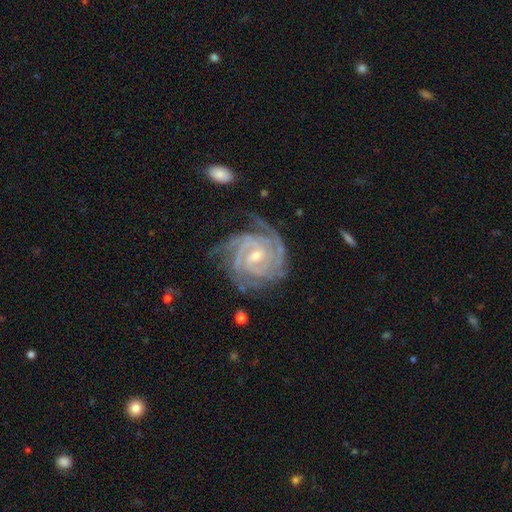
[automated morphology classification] Smooth or featured?
  - featured or disk: 93% *
  - star or artifact: 4%
  - smooth: 3%
Edge-on disk?
  - no: 98% *
  - yes: 2%
Bar?
  - no: 42% *
  - weak: 41%
  - strong: 17%
Spiral arms?
  - yes: 99% *
  - no: 1%
Spiral winding?
  - tight: 80% *
  - medium: 18%
  - loose: 2%
Spiral arm count?
  - 3: 30% *
  - 4: 27%
  - 2: 15%
  - can't tell: 13%
  - more than 4: 8%
  - 1: 6%
Bulge size?
  - small: 64% *
  - moderate: 33%
  - none: 1%
  - large: 1%
  - dominant: 1%
Merging?
  - none: 70% *
  - minor disturbance: 20%
  - major disturbance: 9%
  - merger: 2%